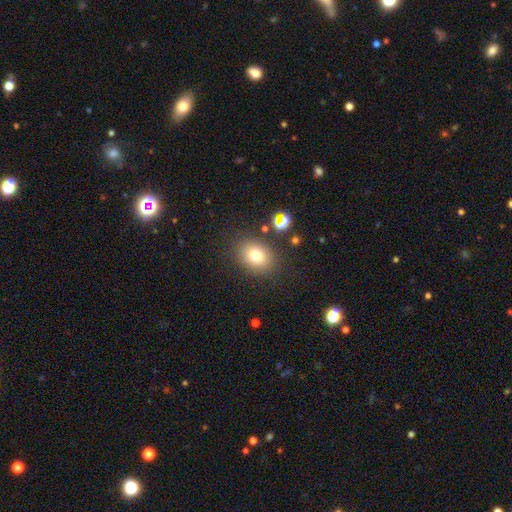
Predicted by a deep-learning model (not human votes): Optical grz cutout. It shows a smooth galaxy with no disk features (77%) that is in between round and cigar-shaped (58%). Merging: none (83%).